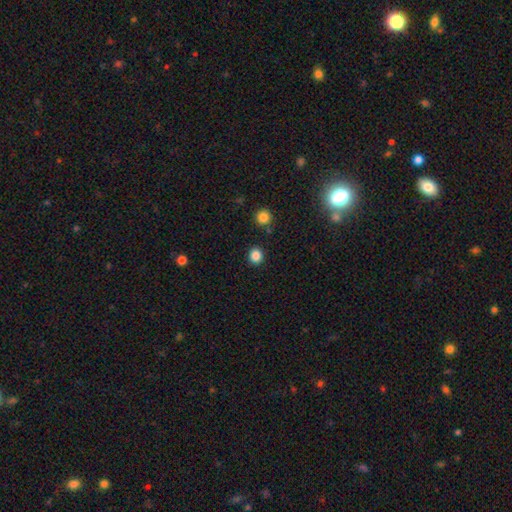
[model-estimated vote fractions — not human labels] smooth 85%, star or artifact 12%, featured or disk 4%. Down the decision tree: how rounded — round (87%); merging — none (90%).